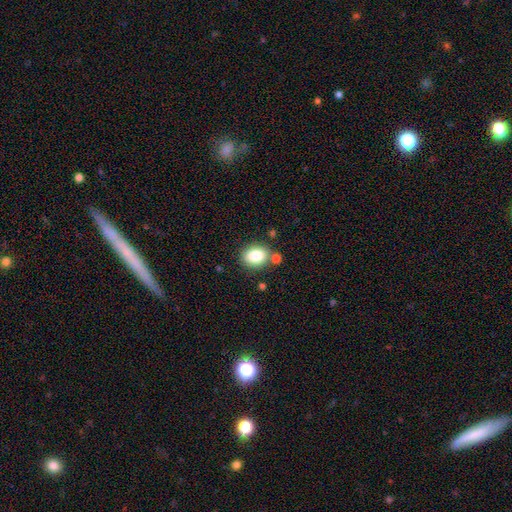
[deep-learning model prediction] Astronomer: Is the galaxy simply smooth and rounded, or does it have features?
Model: smooth — 84%.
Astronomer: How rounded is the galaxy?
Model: in between — 66%.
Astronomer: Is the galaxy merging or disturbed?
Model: none — 72%.